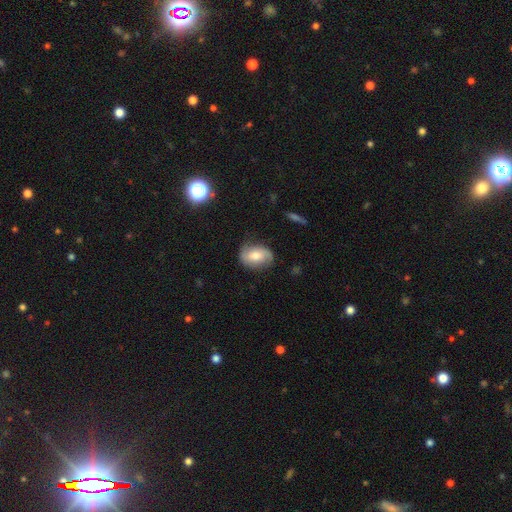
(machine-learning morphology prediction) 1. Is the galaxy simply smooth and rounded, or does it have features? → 46% featured or disk (tied), 46% smooth (tied), 8% star or artifact.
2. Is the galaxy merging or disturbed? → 70% none, 22% minor disturbance, 6% major disturbance, 1% merger.